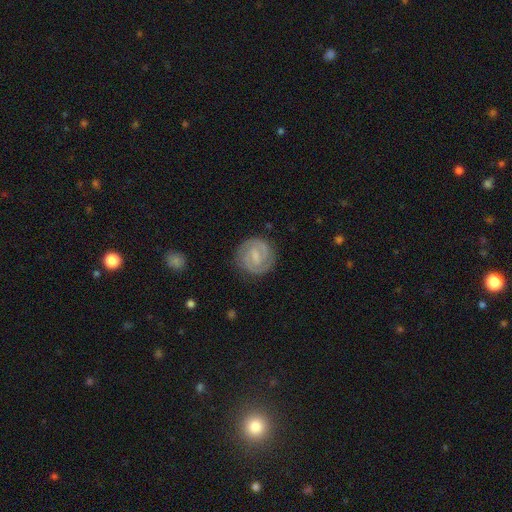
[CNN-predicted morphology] smooth_or_featured: featured or disk (p=0.79) [alt: smooth p=0.16]
disk_edge_on: no (p=0.98) [alt: yes p=0.02]
bar: weak (p=0.56) [alt: strong p=0.25]
has_spiral_arms: yes (p=0.95) [alt: no p=0.05]
spiral_winding: tight (p=0.62) [alt: medium p=0.33]
spiral_arm_count: 2 (p=0.87) [alt: can't tell p=0.06]
bulge_size: small (p=0.51) [alt: moderate p=0.24]
merging: none (p=0.85) [alt: minor disturbance p=0.10]